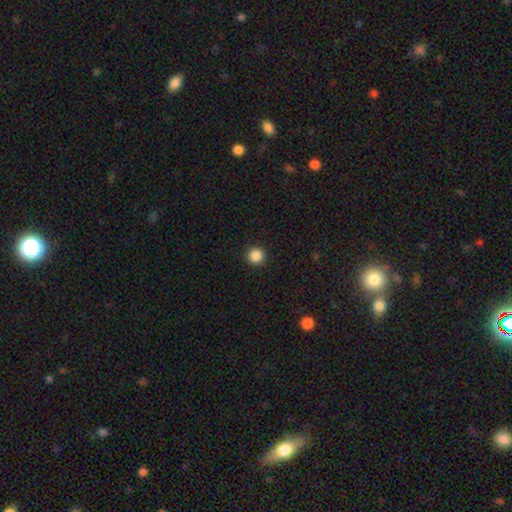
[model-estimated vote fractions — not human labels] smooth 87%, star or artifact 10%, featured or disk 3%. Down the decision tree: how rounded — round (95%); merging — none (93%).